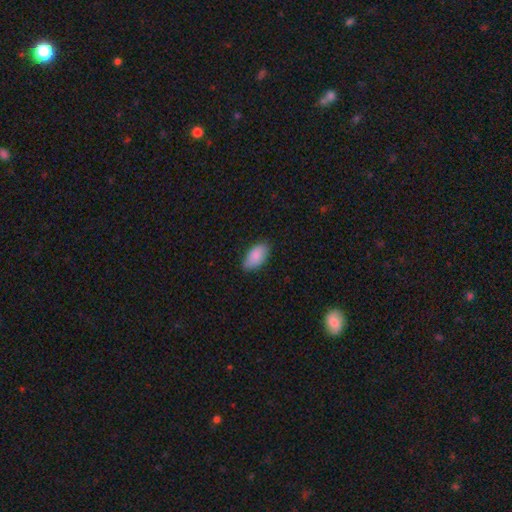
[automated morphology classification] This appears to be a smooth galaxy with no disk features (89%) that is in between round and cigar-shaped (94%). Merging: none (79%).